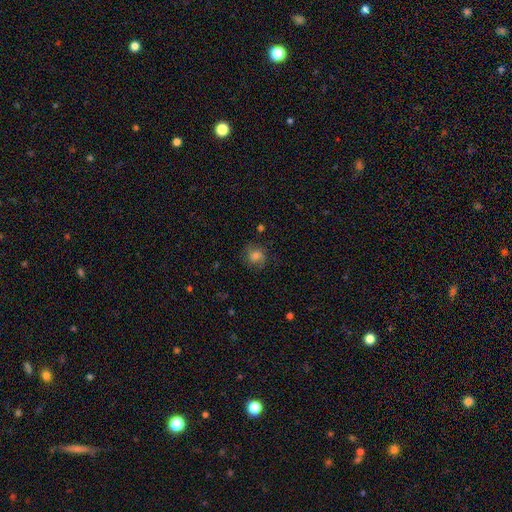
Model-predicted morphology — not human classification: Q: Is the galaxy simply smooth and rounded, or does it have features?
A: smooth — 74%.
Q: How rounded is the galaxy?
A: round — 81%.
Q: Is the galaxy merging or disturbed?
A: none — 78%.